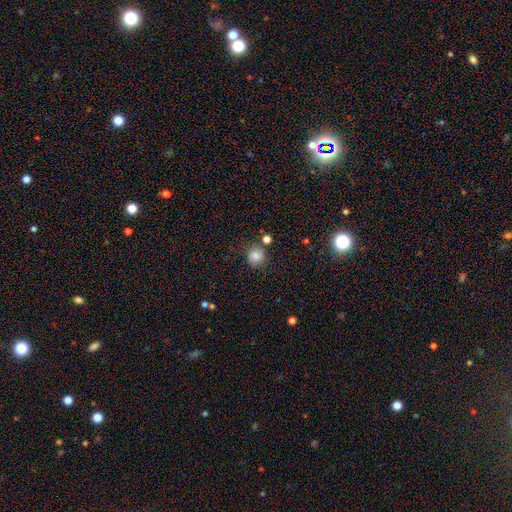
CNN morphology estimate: A smooth galaxy with no disk features (80%) that is round (87%).

Vote fractions:
- Smooth or featured? smooth: 80% / star or artifact: 12% / featured or disk: 8%
- How rounded? round: 87% / in between: 12% / cigar-shaped: 1%
- Merging? none: 73% / minor disturbance: 15% / merger: 6% / major disturbance: 5%